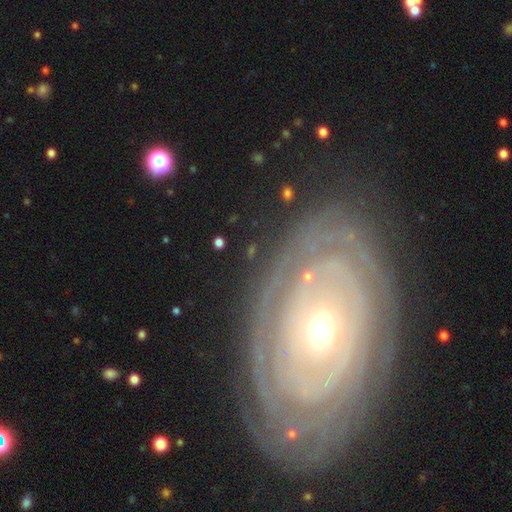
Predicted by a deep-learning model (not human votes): Overall: featured or disk (83%). Edge-on disk: no (94%). Bar: no (82%). Spiral arms: yes (81%). Spiral arm count: can't tell (46%; 2 16%). Spiral winding: tight (86%). Bulge size: small (47%, tied with moderate). Merging: none (80%).